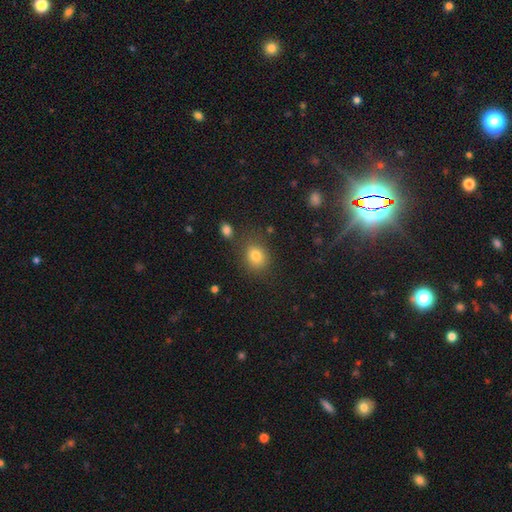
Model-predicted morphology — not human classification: Smooth or featured? Predicted: smooth (p=0.79). How rounded? Predicted: round (p=0.59). Merging? Predicted: none (p=0.76).